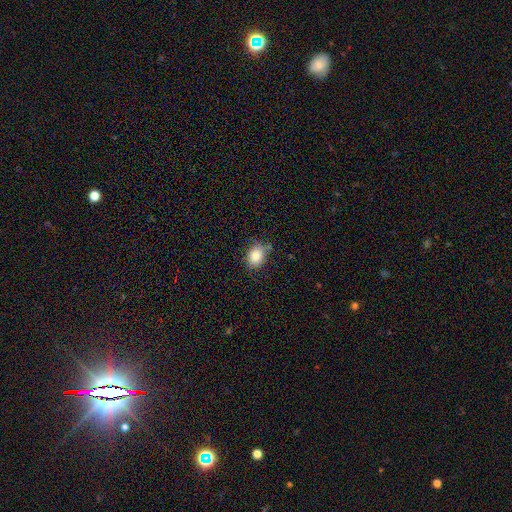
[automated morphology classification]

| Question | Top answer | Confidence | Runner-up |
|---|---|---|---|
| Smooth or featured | smooth | 85% | star or artifact (9%) |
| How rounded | in between | 61% | round (38%) |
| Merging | none | 73% | minor disturbance (19%) |